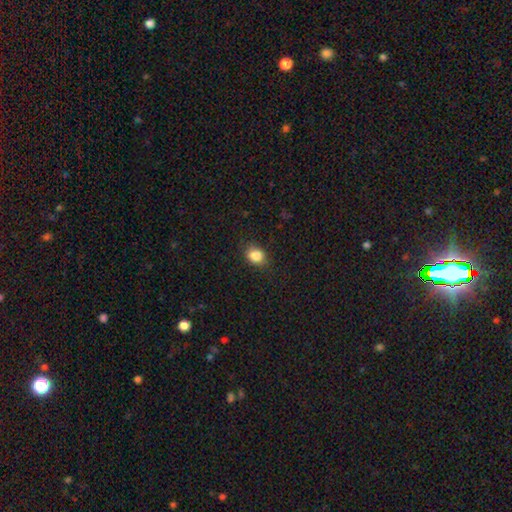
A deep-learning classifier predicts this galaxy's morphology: Smooth or featured: smooth — 85% (star or artifact — 10%)
How rounded: in between — 53% (round — 46%)
Merging: none — 82% (minor disturbance — 13%)